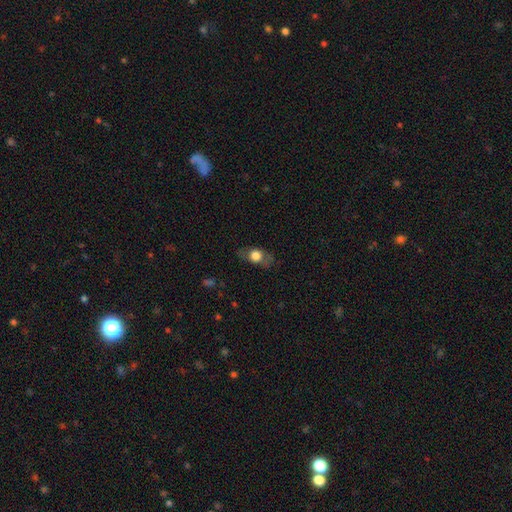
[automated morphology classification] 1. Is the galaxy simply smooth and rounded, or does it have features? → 60% smooth, 31% featured or disk, 9% star or artifact.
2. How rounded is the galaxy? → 64% in between, 28% round, 7% cigar-shaped.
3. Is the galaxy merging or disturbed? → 72% none, 18% minor disturbance, 8% major disturbance, 1% merger.